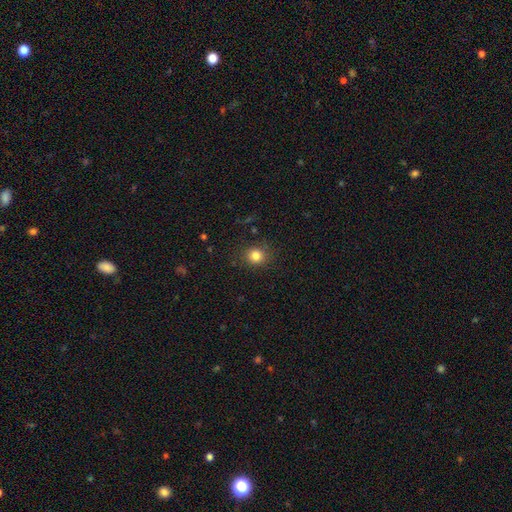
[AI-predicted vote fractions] Morphology: type=smooth (83%); roundness=round (84%); merging=none (86%).